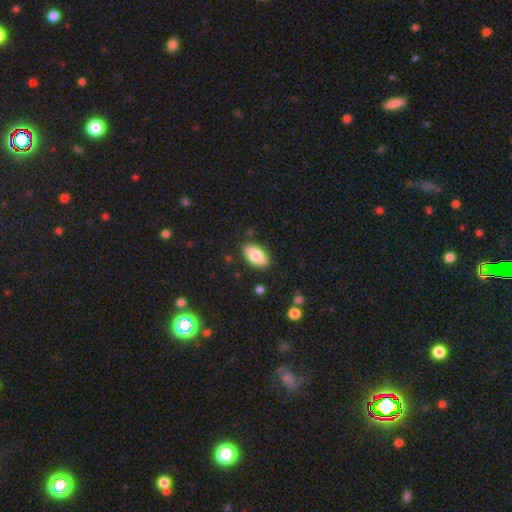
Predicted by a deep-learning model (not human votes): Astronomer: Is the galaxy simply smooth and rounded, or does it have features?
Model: smooth — 83%.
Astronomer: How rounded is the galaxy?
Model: in between — 94%.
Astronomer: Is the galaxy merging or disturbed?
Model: none — 87%.